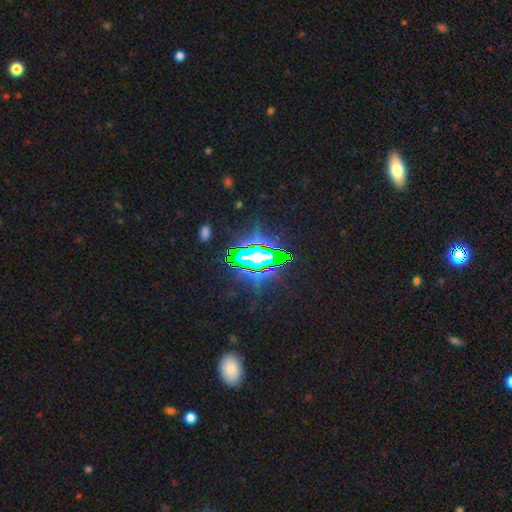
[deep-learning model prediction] smooth_or_featured: star or artifact (p=0.77) [alt: featured or disk p=0.12]